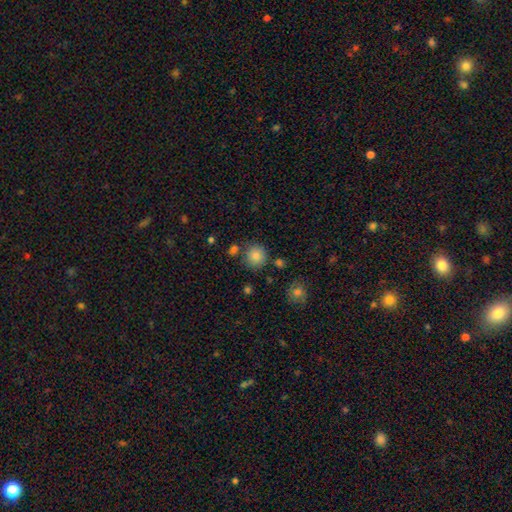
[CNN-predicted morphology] The model was most divided on "merging": none: 78%, minor disturbance: 11%, merger: 8%, major disturbance: 3%. More confident: how rounded — round (91%); smooth or featured — smooth (84%).